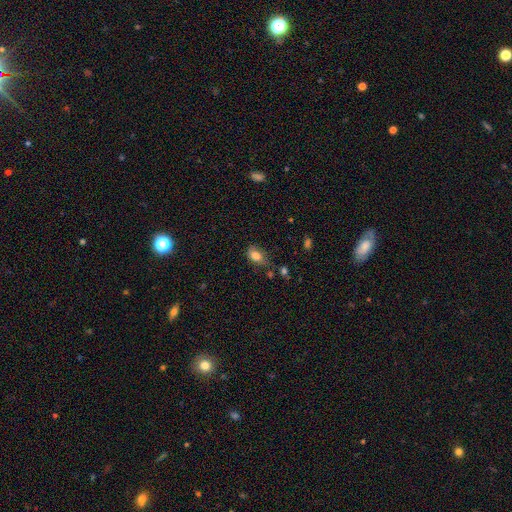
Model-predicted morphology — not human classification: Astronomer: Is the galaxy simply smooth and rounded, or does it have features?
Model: smooth — 82%.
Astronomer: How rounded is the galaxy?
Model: in between — 86%.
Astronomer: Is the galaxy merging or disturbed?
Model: none — 54% (runner-up: minor disturbance, 32%).